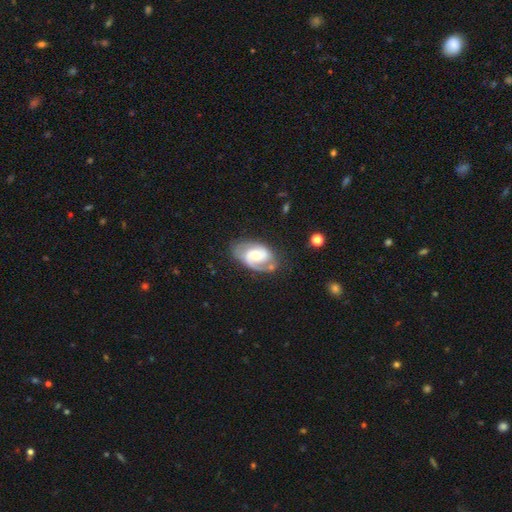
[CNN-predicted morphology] Smooth or featured?
  - featured or disk: 84% *
  - smooth: 12%
  - star or artifact: 5%
Edge-on disk?
  - no: 97% *
  - yes: 3%
Bar?
  - no: 52% *
  - weak: 38%
  - strong: 10%
Spiral arms?
  - yes: 94% *
  - no: 6%
Spiral winding?
  - tight: 45% *
  - medium: 43%
  - loose: 12%
Spiral arm count?
  - 2: 76% *
  - 1: 11%
  - can't tell: 8%
  - 3: 3%
  - 4: 1%
  - more than 4: 1%
Bulge size?
  - moderate: 66% *
  - small: 23%
  - large: 8%
  - none: 1%
  - dominant: 1%
Merging?
  - none: 66% *
  - minor disturbance: 22%
  - major disturbance: 9%
  - merger: 3%